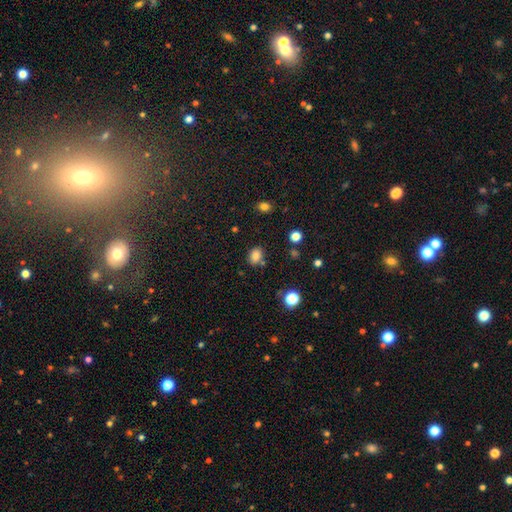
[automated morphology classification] smooth-or-featured: smooth: 82% | star or artifact: 12% | featured or disk: 5%
  how-rounded: in between: 57% | round: 42% | cigar-shaped: 1%
  merging: none: 75% | minor disturbance: 13% | merger: 8% | major disturbance: 3%